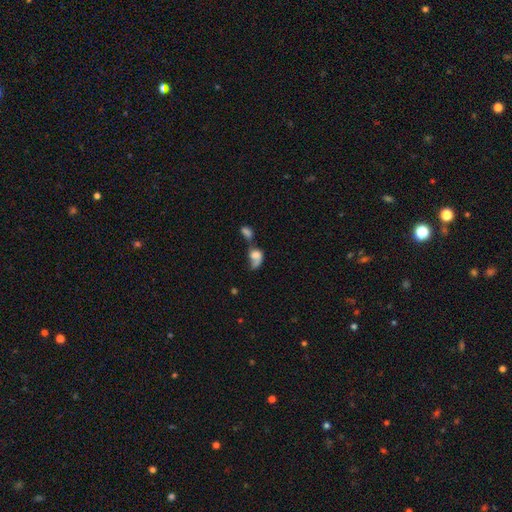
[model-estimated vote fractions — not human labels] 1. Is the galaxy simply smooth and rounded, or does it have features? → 60% smooth, 28% featured or disk, 12% star or artifact.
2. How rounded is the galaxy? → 71% in between, 26% round, 3% cigar-shaped.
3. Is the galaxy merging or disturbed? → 57% merger, 19% major disturbance, 15% none, 10% minor disturbance.